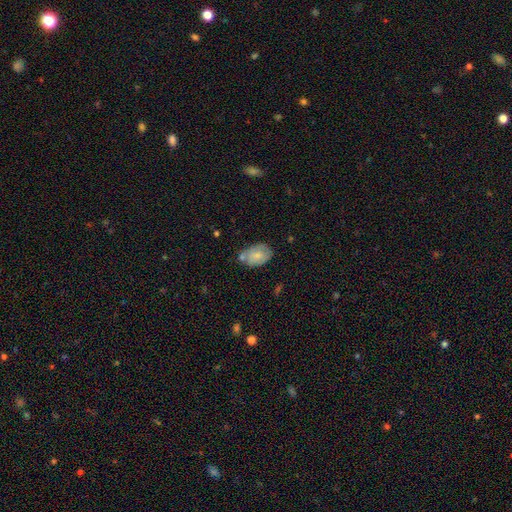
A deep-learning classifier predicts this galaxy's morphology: smooth-or-featured: smooth: 64% | featured or disk: 29% | star or artifact: 7%
  how-rounded: in between: 88% | round: 11% | cigar-shaped: 1%
  merging: none: 51% | minor disturbance: 28% | merger: 14% | major disturbance: 7%